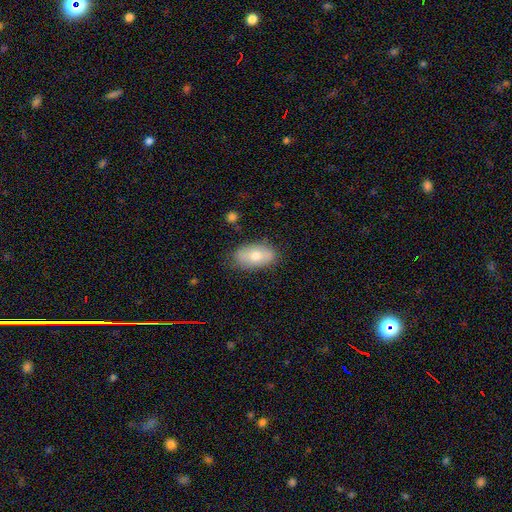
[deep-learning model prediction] Smooth or featured: smooth — 67% (featured or disk — 26%)
How rounded: in between — 91% (round — 5%)
Merging: none — 79% (minor disturbance — 16%)